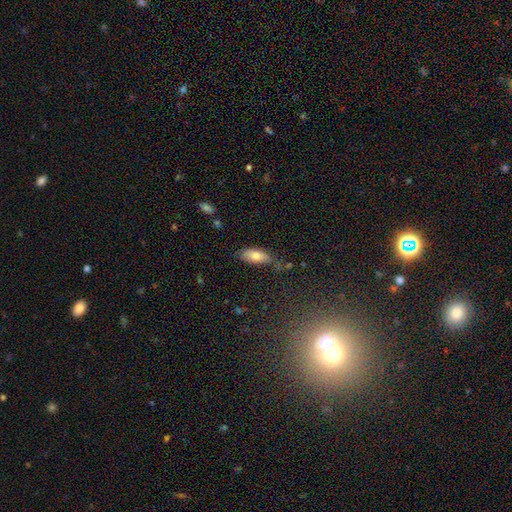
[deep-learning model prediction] A smooth galaxy with no disk features (77%) that is in between round and cigar-shaped (83%).

Vote fractions:
- Smooth or featured? smooth: 77% / featured or disk: 16% / star or artifact: 7%
- How rounded? in between: 83% / cigar-shaped: 14% / round: 2%
- Merging? none: 64% / minor disturbance: 26% / major disturbance: 6% / merger: 4%